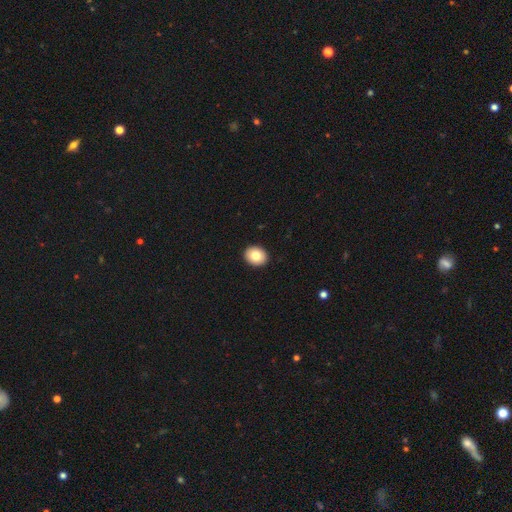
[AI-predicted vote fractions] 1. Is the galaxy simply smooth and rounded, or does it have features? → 81% smooth, 10% featured or disk, 8% star or artifact.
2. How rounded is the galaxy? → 54% round, 45% in between, 1% cigar-shaped.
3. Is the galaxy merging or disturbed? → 92% none, 5% minor disturbance, 1% major disturbance, 1% merger.